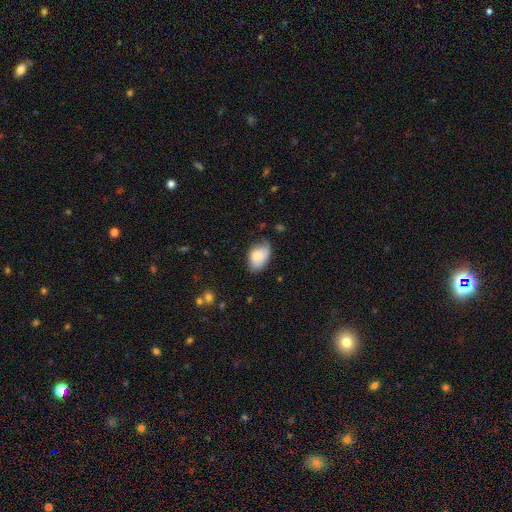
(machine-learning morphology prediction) smooth-or-featured: smooth: 74% | featured or disk: 18% | star or artifact: 8%
  how-rounded: in between: 88% | round: 11% | cigar-shaped: 1%
  merging: none: 52% | minor disturbance: 36% | major disturbance: 10% | merger: 3%